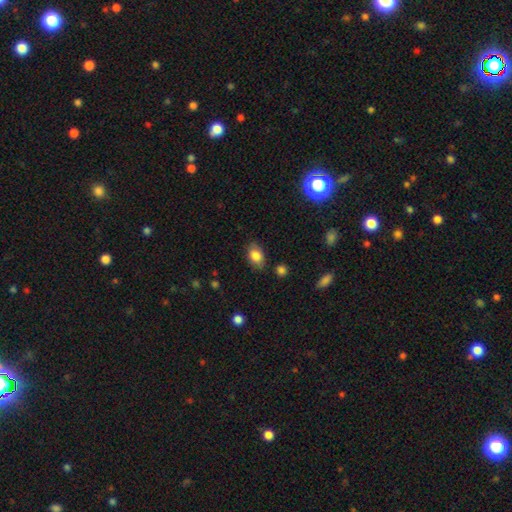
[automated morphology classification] smooth_or_featured: smooth (p=0.83) [alt: featured or disk p=0.09]
how_rounded: in between (p=0.83) [alt: round p=0.16]
merging: none (p=0.80) [alt: minor disturbance p=0.15]